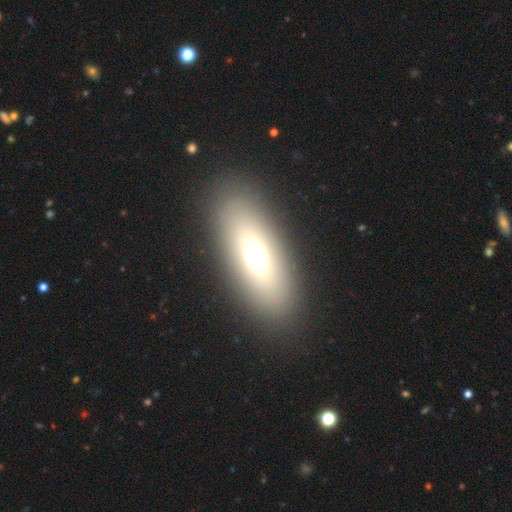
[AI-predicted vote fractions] smooth 58%, featured or disk 30%, star or artifact 12%. Down the decision tree: how rounded — in between (79%); merging — none (85%).